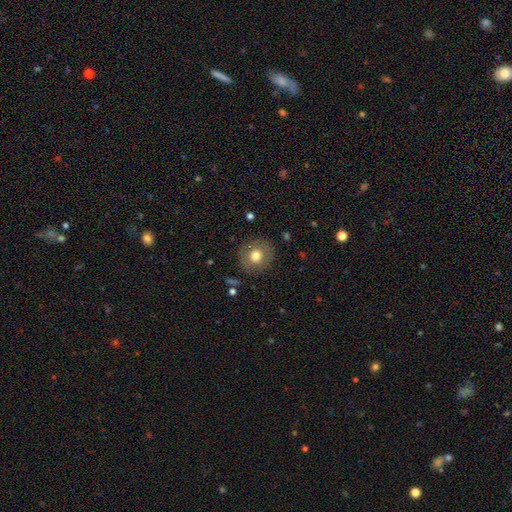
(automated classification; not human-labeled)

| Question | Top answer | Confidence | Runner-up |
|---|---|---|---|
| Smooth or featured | smooth | 70% | featured or disk (21%) |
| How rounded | round | 91% | in between (8%) |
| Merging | none | 87% | minor disturbance (8%) |